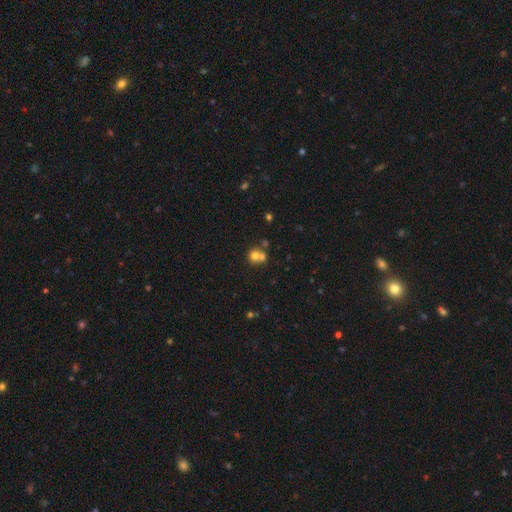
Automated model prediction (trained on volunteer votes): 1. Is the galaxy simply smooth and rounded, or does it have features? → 70% smooth, 16% featured or disk, 14% star or artifact.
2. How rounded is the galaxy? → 84% round, 15% in between, 1% cigar-shaped.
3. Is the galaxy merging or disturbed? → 50% merger, 40% none, 7% minor disturbance, 3% major disturbance.